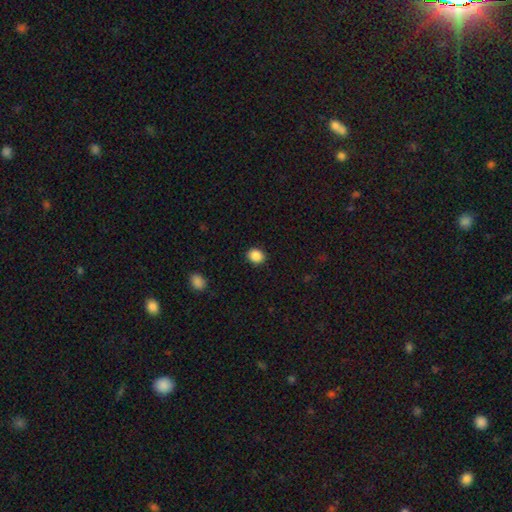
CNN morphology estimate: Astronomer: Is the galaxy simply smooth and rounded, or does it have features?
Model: smooth — 88%.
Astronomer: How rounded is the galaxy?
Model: round — 64%.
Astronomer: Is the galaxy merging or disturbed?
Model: none — 91%.